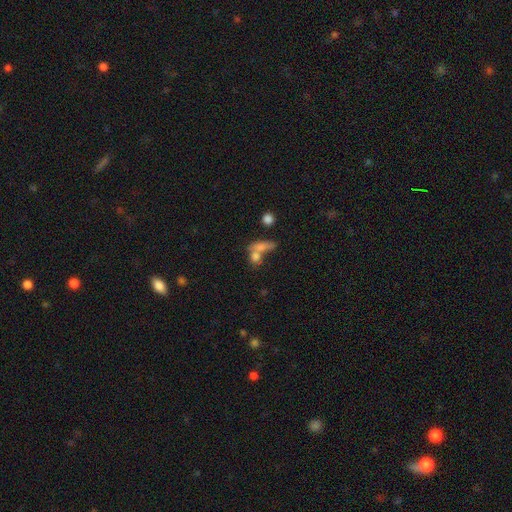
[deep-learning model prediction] The model was most divided on "how rounded": in between: 47%, round: 36%, cigar-shaped: 17%. Remaining: smooth or featured — smooth (70%); merging — merger (48%).